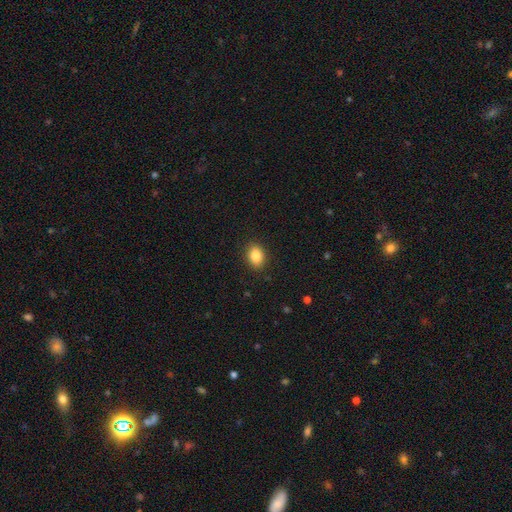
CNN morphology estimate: smooth_or_featured: smooth (p=0.86) [alt: star or artifact p=0.09]
how_rounded: in between (p=0.69) [alt: round p=0.30]
merging: none (p=0.89) [alt: minor disturbance p=0.08]